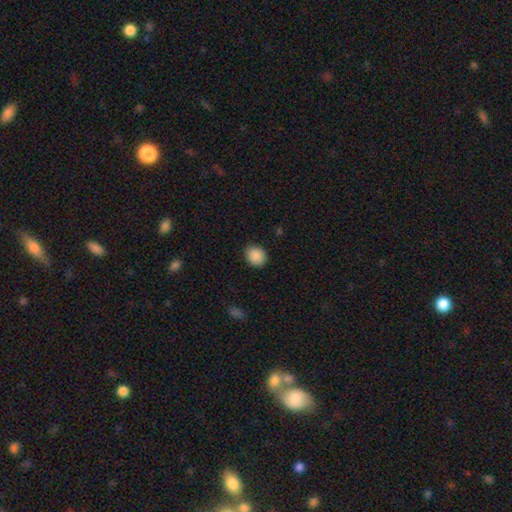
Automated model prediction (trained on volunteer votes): A smooth galaxy with no disk features (89%) that is round (71%).

Vote fractions:
- Smooth or featured? smooth: 89% / star or artifact: 8% / featured or disk: 3%
- How rounded? round: 71% / in between: 29% / cigar-shaped: 1%
- Merging? none: 89% / minor disturbance: 8% / major disturbance: 2% / merger: 1%